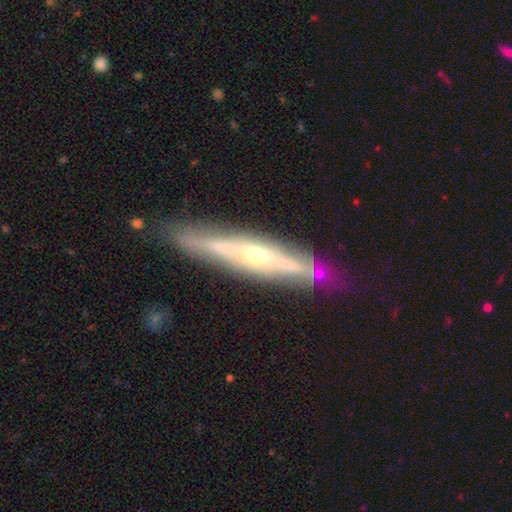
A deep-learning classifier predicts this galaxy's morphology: Q: Smooth or featured?
A: featured or disk (77%); runner-up: smooth (17%)
Q: Edge-on disk?
A: yes (79%); runner-up: no (21%)
Q: Edge-on bulge?
A: rounded (80%); runner-up: none (15%)
Q: Merging?
A: none (80%); runner-up: minor disturbance (15%)